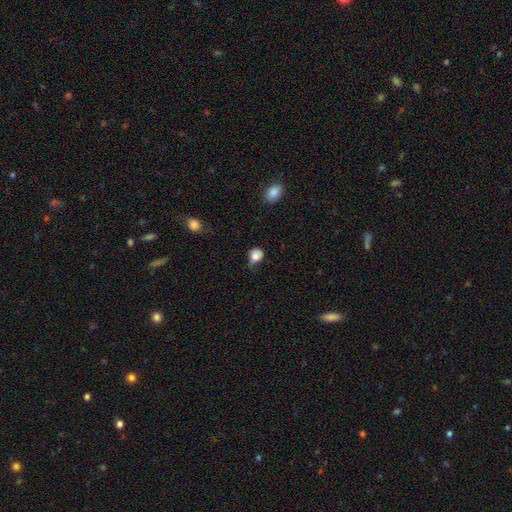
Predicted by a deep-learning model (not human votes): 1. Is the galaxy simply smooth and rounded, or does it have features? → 82% smooth, 9% star or artifact, 9% featured or disk.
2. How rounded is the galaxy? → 64% round, 35% in between, 1% cigar-shaped.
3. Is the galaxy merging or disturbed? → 41% minor disturbance (tied), 41% none (tied), 15% major disturbance, 3% merger.